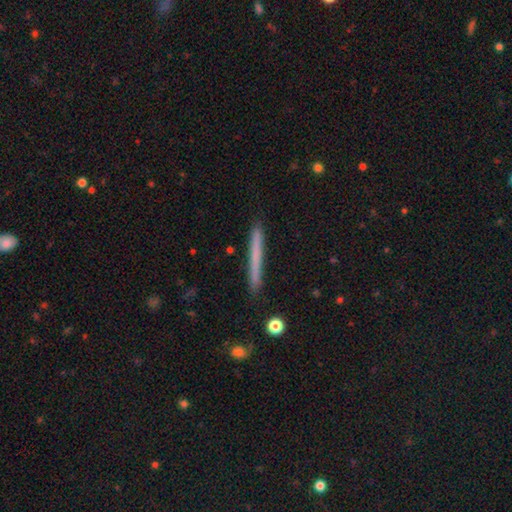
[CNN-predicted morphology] smooth_or_featured: smooth (p=0.64) [alt: featured or disk p=0.30]
how_rounded: cigar-shaped (p=0.97) [alt: in between p=0.02]
merging: none (p=0.90) [alt: minor disturbance p=0.07]